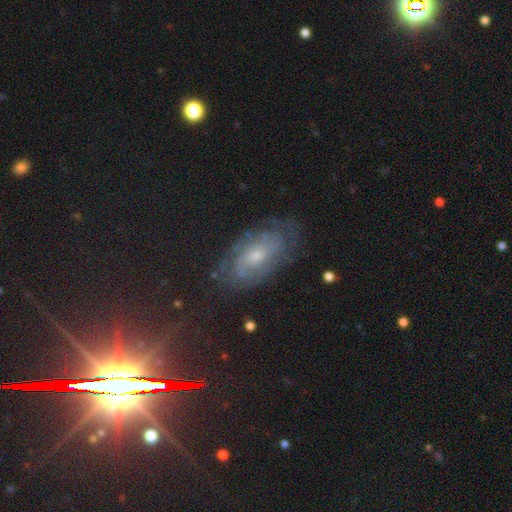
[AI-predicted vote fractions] A featured or disk galaxy (69%) with no bar (64%), tight (59%) spiral arms (86%) and a moderate central bulge (47%). Merging: none (74%).